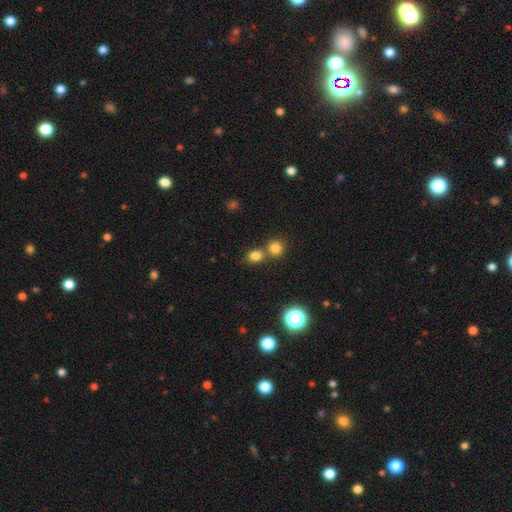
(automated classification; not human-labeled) This is likely a smooth galaxy (78%). How rounded: possibly round (56%). Merging: possibly none (53%).